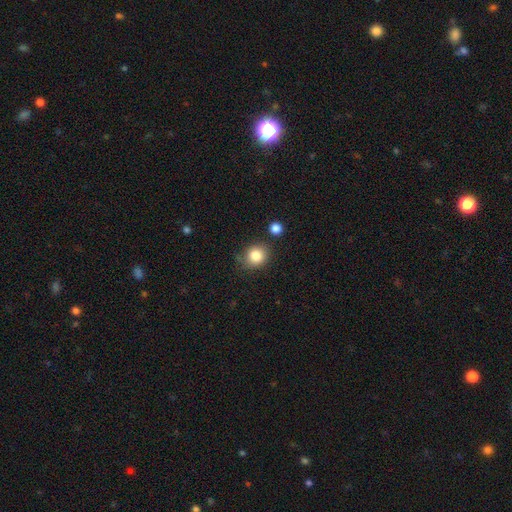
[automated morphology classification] Smooth or featured? Predicted: smooth (p=0.84). How rounded? Predicted: round (p=0.73). Merging? Predicted: none (p=0.75).